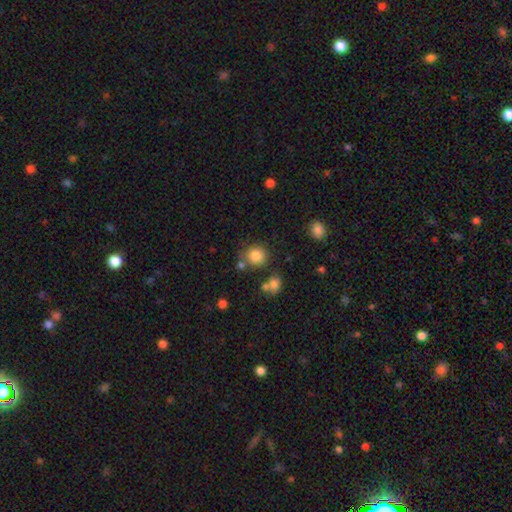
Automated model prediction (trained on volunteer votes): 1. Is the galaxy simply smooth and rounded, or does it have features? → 83% smooth, 11% star or artifact, 6% featured or disk.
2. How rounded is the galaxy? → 88% round, 12% in between, 1% cigar-shaped.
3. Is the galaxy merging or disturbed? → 74% none, 11% merger, 11% minor disturbance, 4% major disturbance.